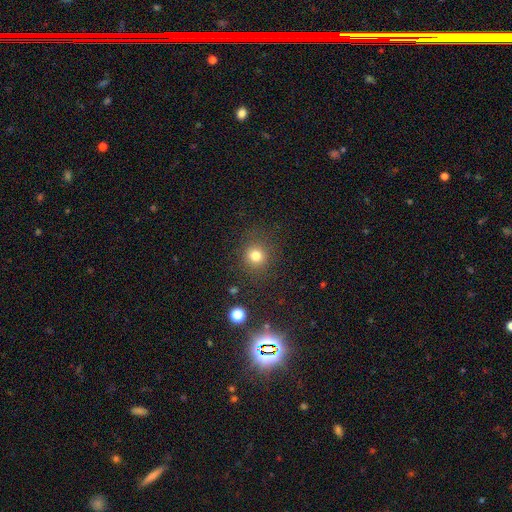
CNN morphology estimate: Q: Smooth or featured?
A: smooth (79%); runner-up: star or artifact (15%)
Q: How rounded?
A: round (90%); runner-up: in between (9%)
Q: Merging?
A: none (86%); runner-up: minor disturbance (8%)